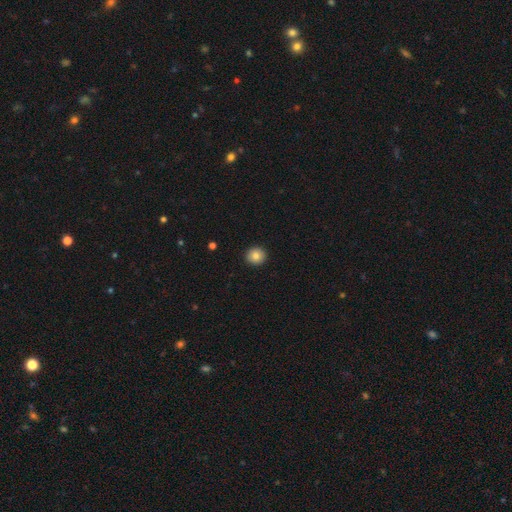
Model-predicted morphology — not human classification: Smooth or featured?
  - smooth: 83% *
  - star or artifact: 9%
  - featured or disk: 8%
How rounded?
  - round: 92% *
  - in between: 7%
  - cigar-shaped: 1%
Merging?
  - none: 93% *
  - minor disturbance: 5%
  - major disturbance: 1%
  - merger: 1%